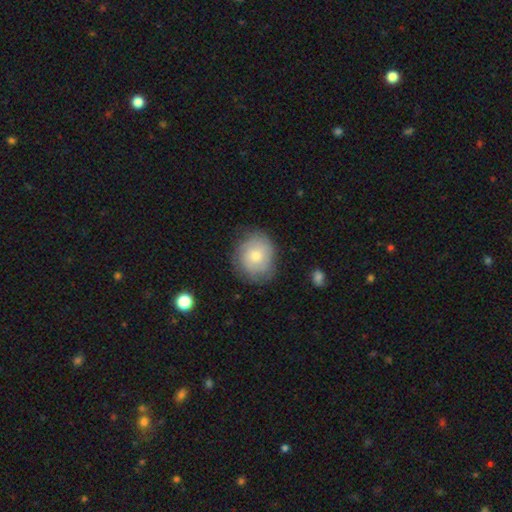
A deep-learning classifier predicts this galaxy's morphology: Smooth or featured? smooth (55%)
How rounded? round (70%)
Merging? none (73%)